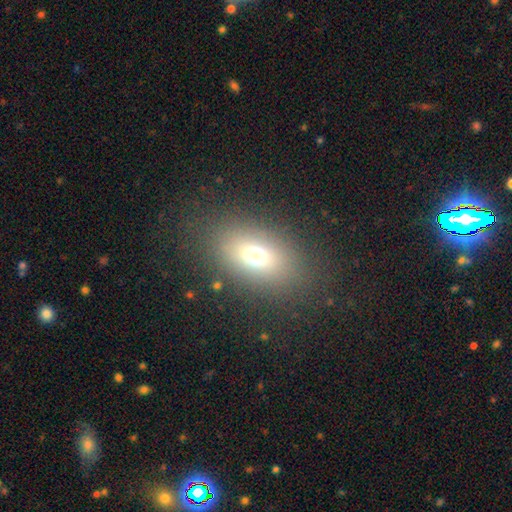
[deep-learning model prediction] Overall: smooth (69%). How rounded: in between (79%). Merging: none (82%).